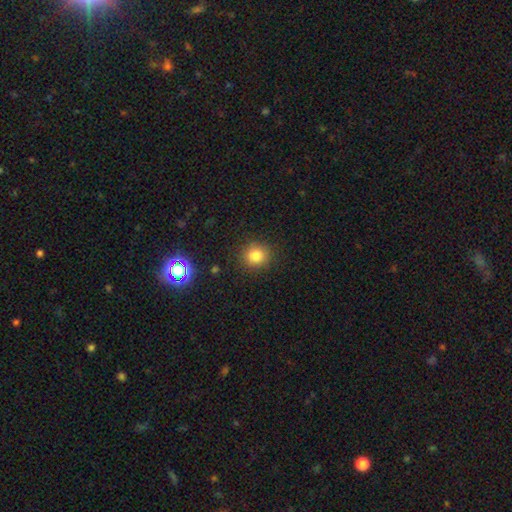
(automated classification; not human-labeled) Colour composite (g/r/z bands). It shows a smooth galaxy with no disk features (81%) that is round (89%). Merging: none (89%).